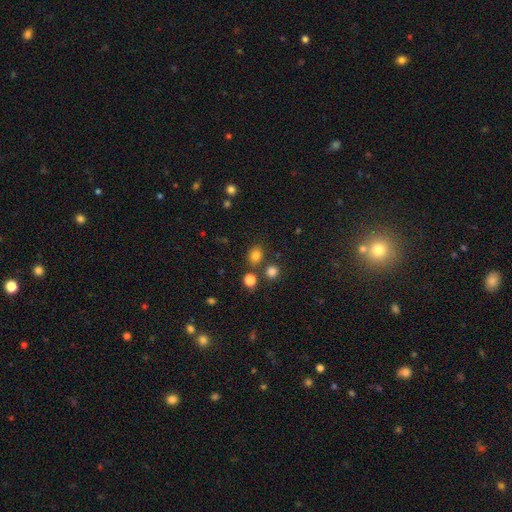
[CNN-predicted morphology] A smooth galaxy with no disk features (79%) that is round (56%). Merging: none (76%).